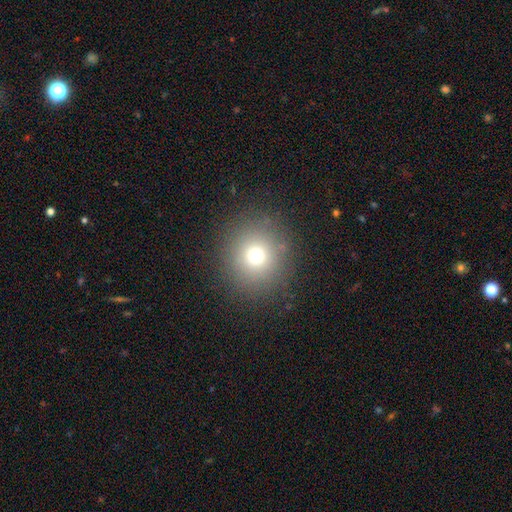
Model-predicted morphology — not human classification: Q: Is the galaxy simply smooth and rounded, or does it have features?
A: smooth — 72%.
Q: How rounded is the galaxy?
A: round — 89%.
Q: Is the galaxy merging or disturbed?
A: none — 87%.